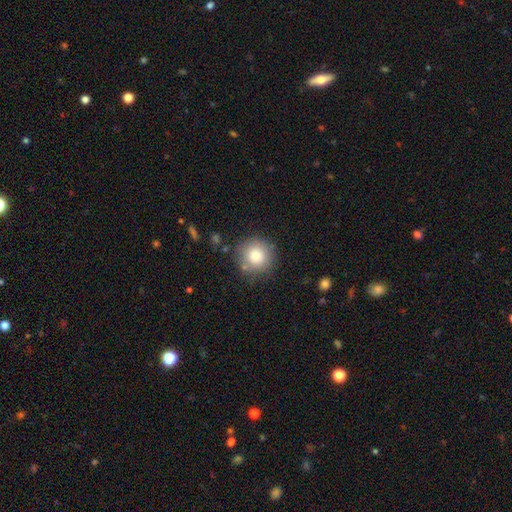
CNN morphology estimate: Overall: smooth (80%). How rounded: round (94%). Merging: none (82%).